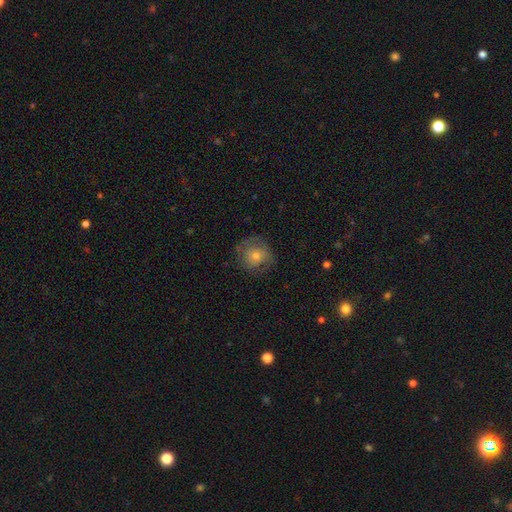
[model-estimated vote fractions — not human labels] smooth 51%, featured or disk 37%, star or artifact 12%. Down the decision tree: how rounded — round (86%); merging — none (72%).